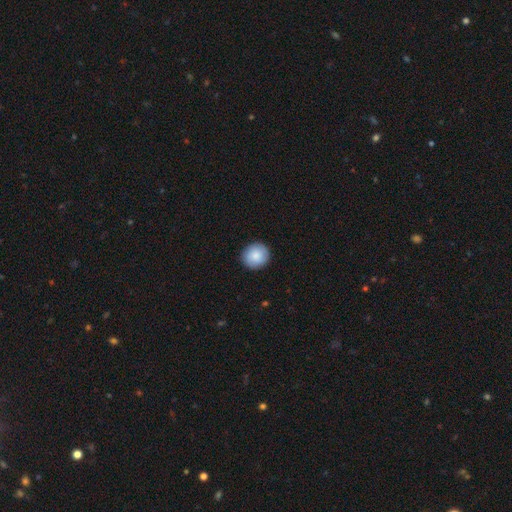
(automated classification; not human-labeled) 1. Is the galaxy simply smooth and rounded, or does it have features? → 87% smooth, 6% star or artifact, 6% featured or disk.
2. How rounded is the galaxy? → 92% round, 8% in between, 1% cigar-shaped.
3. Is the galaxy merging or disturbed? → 91% none, 6% minor disturbance, 2% major disturbance, 1% merger.